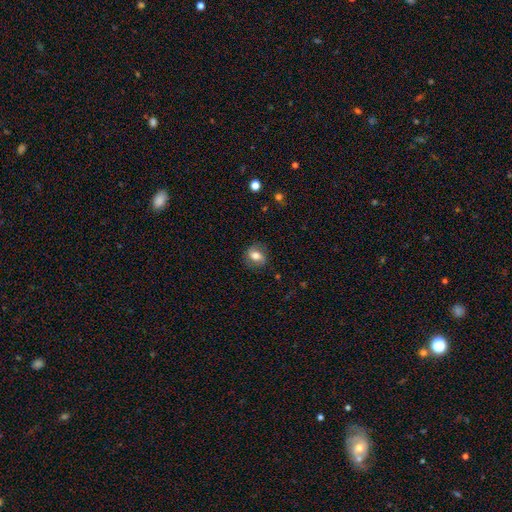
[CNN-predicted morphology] The model was most divided on "how rounded": round: 51%, in between: 47%, cigar-shaped: 2%. More confident: merging — none (80%); smooth or featured — smooth (68%).